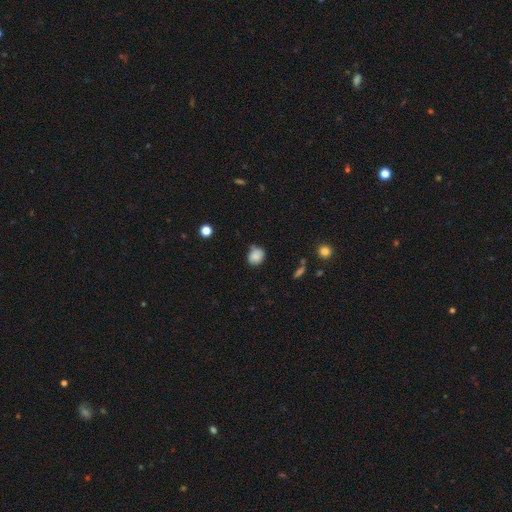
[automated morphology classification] Q: Smooth or featured?
A: smooth (83%); runner-up: star or artifact (10%)
Q: How rounded?
A: round (65%); runner-up: in between (34%)
Q: Merging?
A: none (61%); runner-up: minor disturbance (29%)